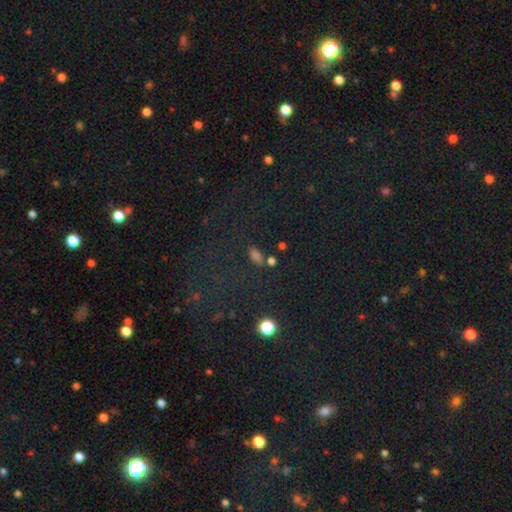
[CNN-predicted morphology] This is likely a smooth galaxy (64%). How rounded: clearly in between (82%). Merging: likely none (67%).